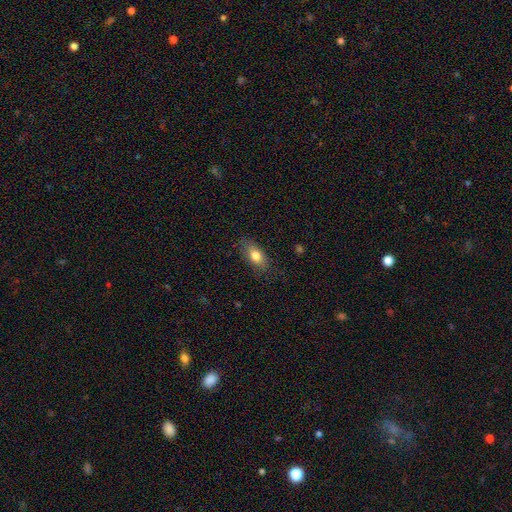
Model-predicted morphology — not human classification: This is likely a smooth galaxy (77%). How rounded: clearly in between (82%). Merging: likely none (80%).